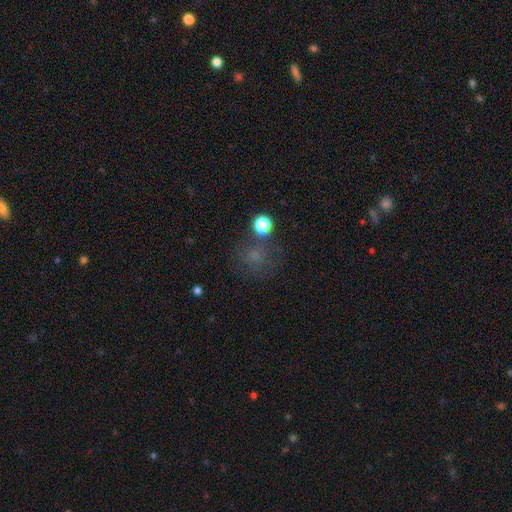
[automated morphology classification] Q: Smooth or featured?
A: smooth (58%); runner-up: star or artifact (28%)
Q: How rounded?
A: round (80%); runner-up: in between (19%)
Q: Merging?
A: none (64%); runner-up: minor disturbance (15%)